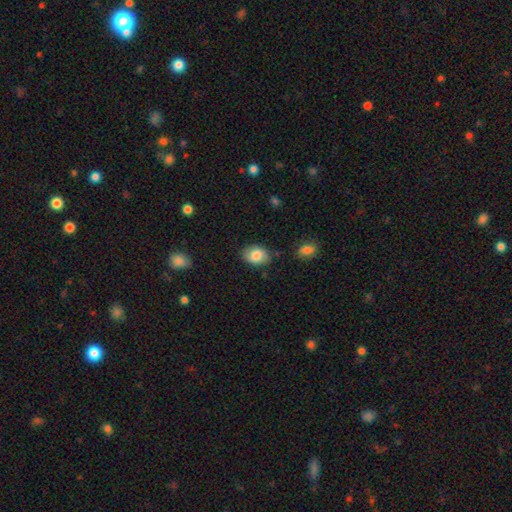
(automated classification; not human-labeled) smooth_or_featured: smooth (p=0.82) [alt: featured or disk p=0.11]
how_rounded: in between (p=0.74) [alt: round p=0.25]
merging: none (p=0.79) [alt: minor disturbance p=0.15]